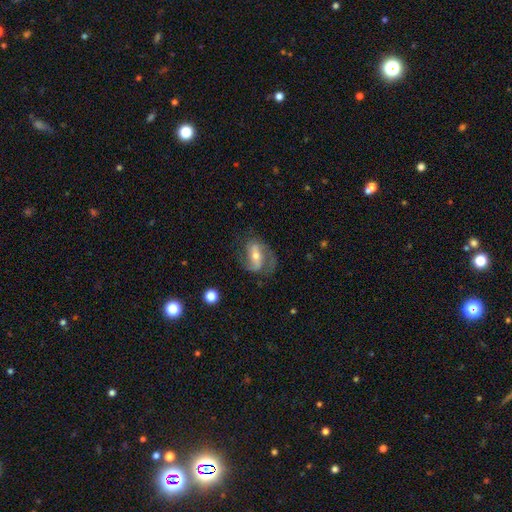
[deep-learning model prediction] Q: Smooth or featured?
A: featured or disk (80%); runner-up: smooth (14%)
Q: Edge-on disk?
A: no (95%); runner-up: yes (5%)
Q: Bar?
A: strong (44%); runner-up: weak (34%)
Q: Spiral arms?
A: yes (91%); runner-up: no (9%)
Q: Spiral winding?
A: medium (47%); runner-up: loose (31%)
Q: Spiral arm count?
A: 2 (82%); runner-up: can't tell (7%)
Q: Bulge size?
A: moderate (51%); runner-up: small (44%)
Q: Merging?
A: none (66%); runner-up: minor disturbance (18%)